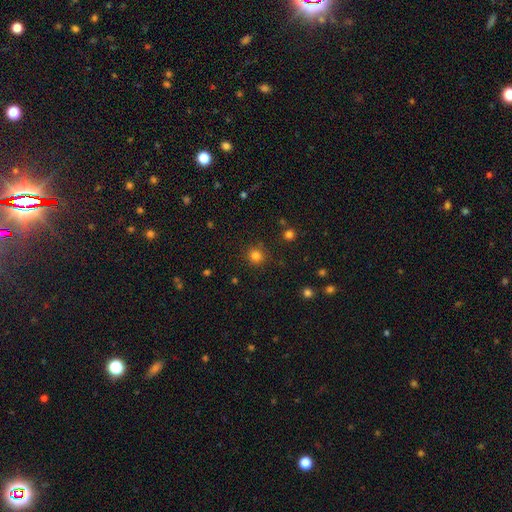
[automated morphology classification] A smooth galaxy with no disk features (81%) that is round (91%). Merging: none (87%).